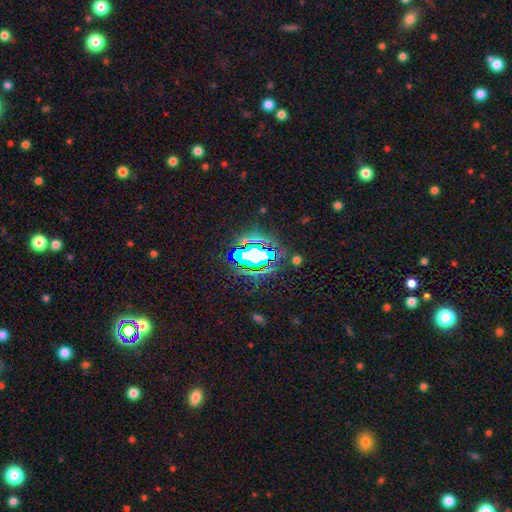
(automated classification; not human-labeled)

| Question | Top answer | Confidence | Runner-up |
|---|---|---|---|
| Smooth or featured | star or artifact | 61% | smooth (23%) |